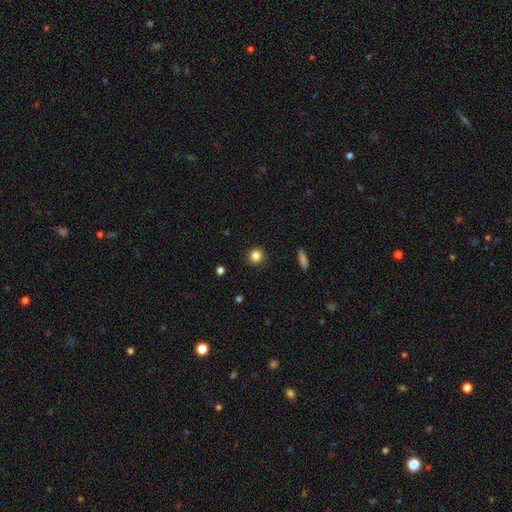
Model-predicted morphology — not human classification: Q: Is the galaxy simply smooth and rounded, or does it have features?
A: smooth — 84%.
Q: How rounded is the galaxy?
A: round — 92%.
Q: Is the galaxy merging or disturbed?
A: none — 90%.